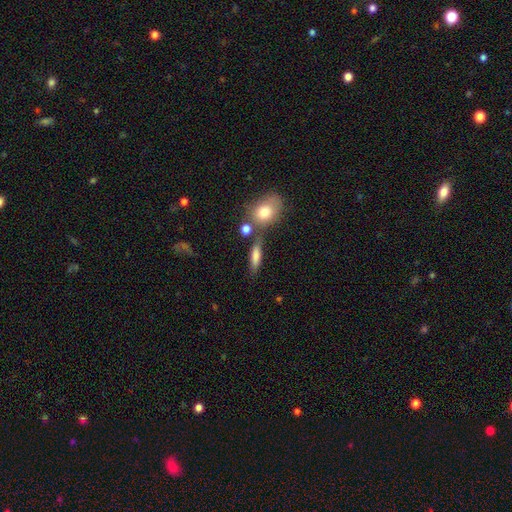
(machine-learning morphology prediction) Smooth or featured?
  - smooth: 73% *
  - featured or disk: 18%
  - star or artifact: 9%
How rounded?
  - cigar-shaped: 55% *
  - in between: 37%
  - round: 8%
Merging?
  - none: 62% *
  - merger: 17%
  - minor disturbance: 15%
  - major disturbance: 6%